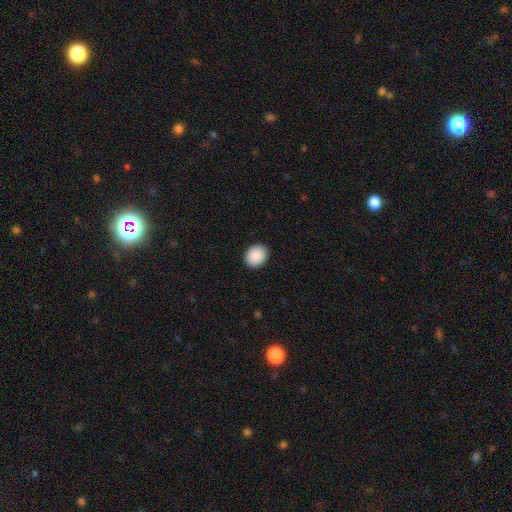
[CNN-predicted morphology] smooth_or_featured: smooth (p=0.90) [alt: star or artifact p=0.07]
how_rounded: round (p=0.51) [alt: in between p=0.48]
merging: none (p=0.91) [alt: minor disturbance p=0.06]